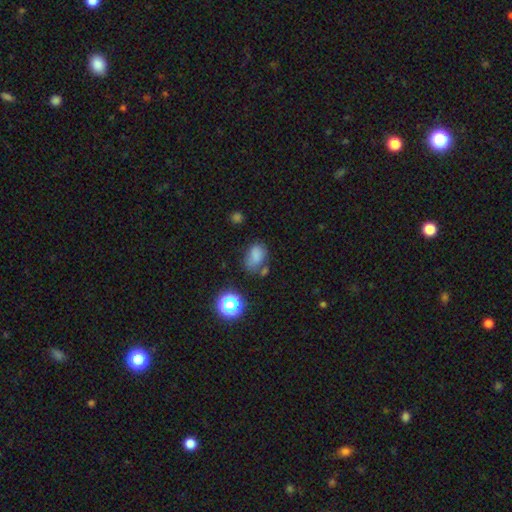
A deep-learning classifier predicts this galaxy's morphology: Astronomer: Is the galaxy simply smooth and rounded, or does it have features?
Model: smooth — 76%.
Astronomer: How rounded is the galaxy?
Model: in between — 75%.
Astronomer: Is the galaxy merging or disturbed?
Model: none — 51% (runner-up: minor disturbance, 26%).